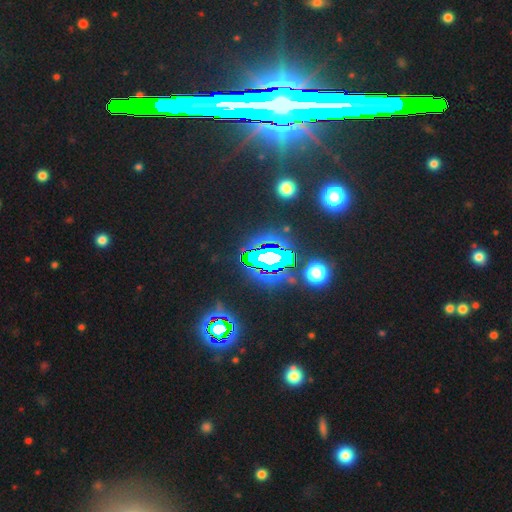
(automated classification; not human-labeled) Q: Smooth or featured?
A: star or artifact (79%); runner-up: featured or disk (11%)